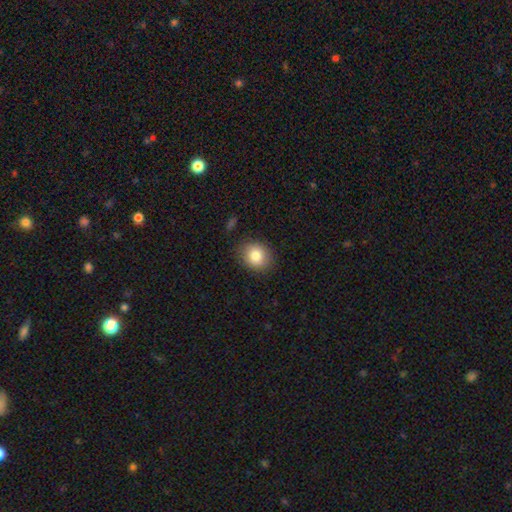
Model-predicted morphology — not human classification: This is clearly a smooth galaxy (84%). How rounded: likely round (66%). Merging: clearly none (86%).